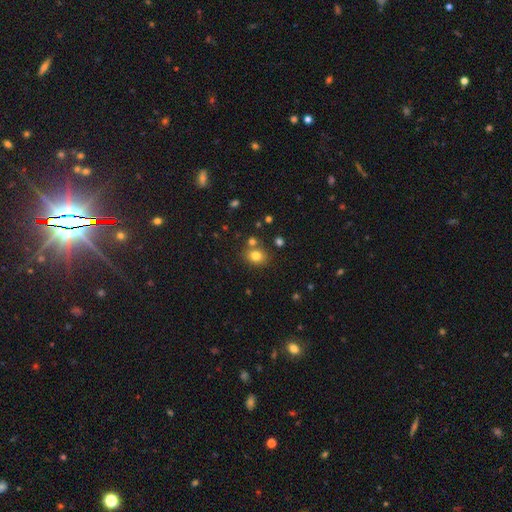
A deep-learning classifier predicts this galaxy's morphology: This appears to be a smooth galaxy with no disk features (79%) that is round (62%). Merging: none (71%).